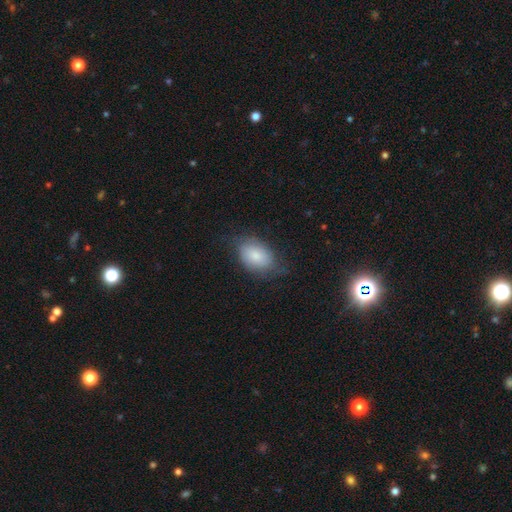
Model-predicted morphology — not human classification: Overall: smooth (75%). How rounded: in between (82%). Merging: none (61%; minor disturbance 27%).